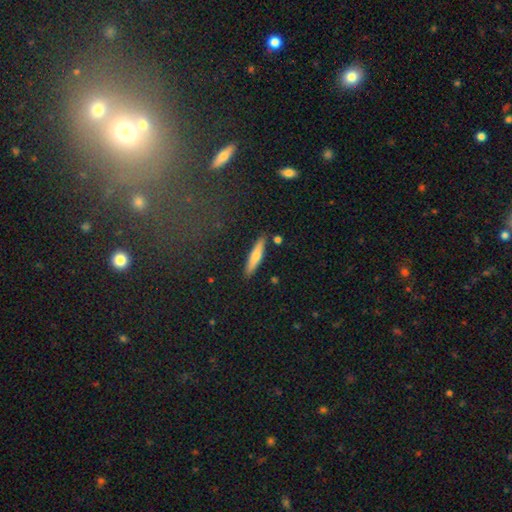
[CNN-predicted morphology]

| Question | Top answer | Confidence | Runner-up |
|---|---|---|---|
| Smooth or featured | smooth | 63% | featured or disk (30%) |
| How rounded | cigar-shaped | 86% | in between (12%) |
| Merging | none | 85% | minor disturbance (9%) |